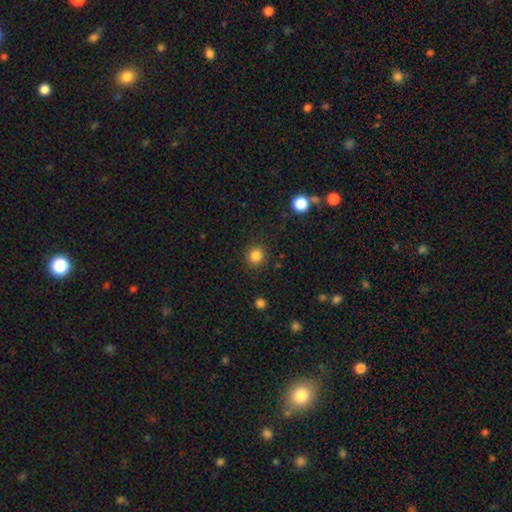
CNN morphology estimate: type=smooth (84%); roundness=round (90%); merging=none (90%).